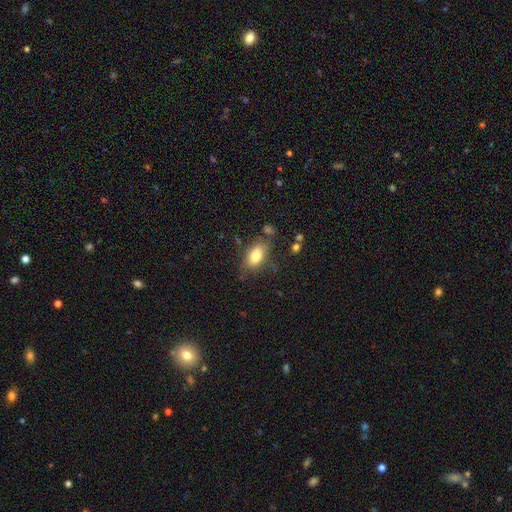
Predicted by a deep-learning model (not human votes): Q: Smooth or featured?
A: smooth (80%); runner-up: featured or disk (12%)
Q: How rounded?
A: in between (88%); runner-up: round (8%)
Q: Merging?
A: none (72%); runner-up: minor disturbance (18%)